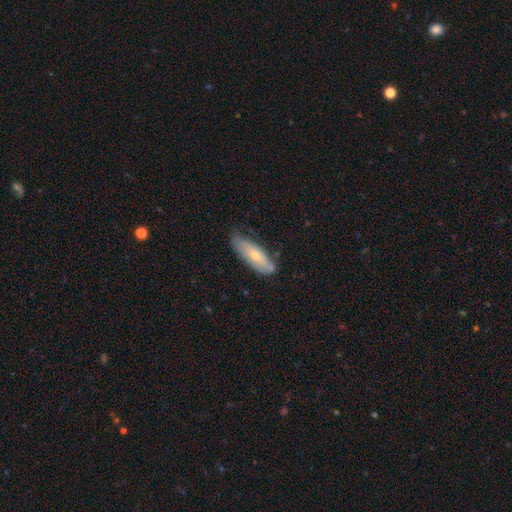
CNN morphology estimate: Overall: smooth (61%; featured or disk 33%). How rounded: in between (57%; cigar-shaped 41%). Merging: none (62%; minor disturbance 28%).